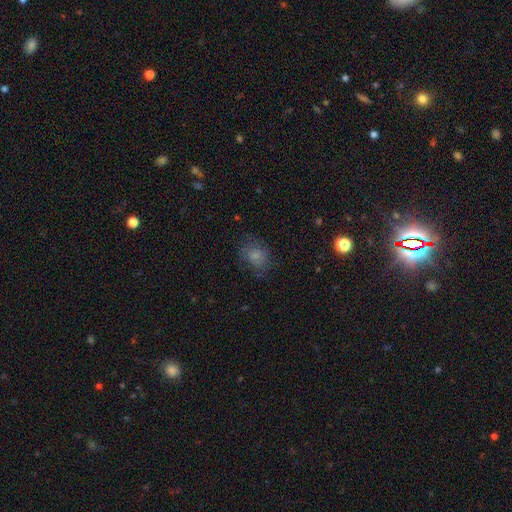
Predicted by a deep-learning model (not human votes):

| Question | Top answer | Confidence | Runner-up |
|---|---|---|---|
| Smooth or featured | smooth | 73% | featured or disk (15%) |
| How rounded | round | 51% | in between (48%) |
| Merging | none | 67% | minor disturbance (21%) |